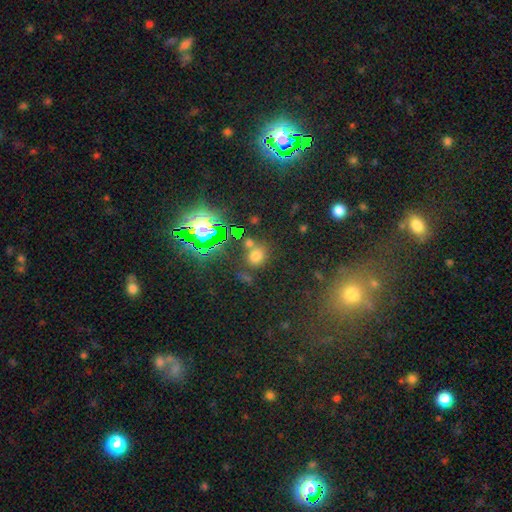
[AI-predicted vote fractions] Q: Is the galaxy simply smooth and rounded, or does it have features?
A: smooth — 60%.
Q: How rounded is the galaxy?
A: round — 68%.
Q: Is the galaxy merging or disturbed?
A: none — 69%.